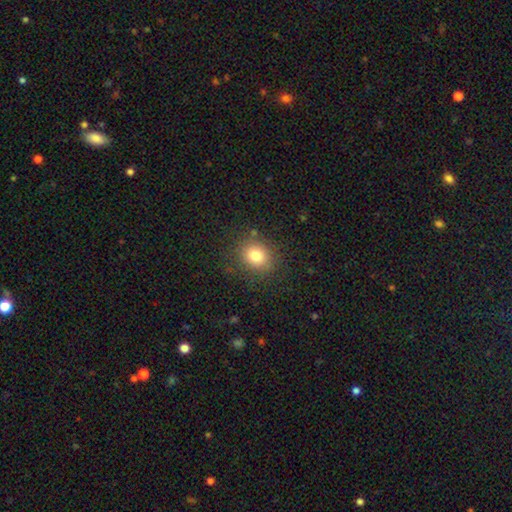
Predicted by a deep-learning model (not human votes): Smooth or featured? smooth (79%)
How rounded? round (75%)
Merging? none (84%)